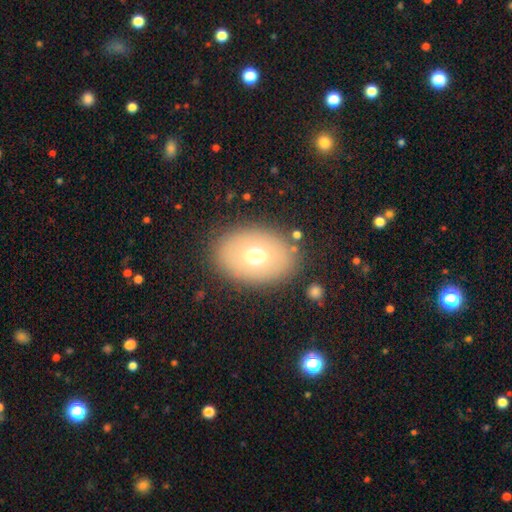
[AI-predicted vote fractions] Smooth or featured? smooth (65%)
How rounded? in between (78%)
Merging? none (84%)